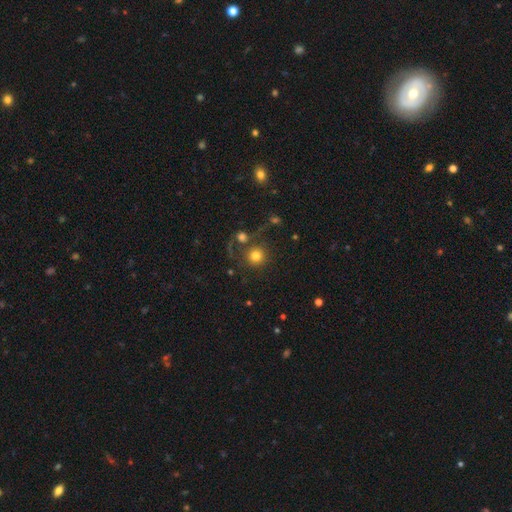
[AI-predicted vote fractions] This appears to be a smooth galaxy with no disk features (76%) that is round (93%). Merging: none (62%).